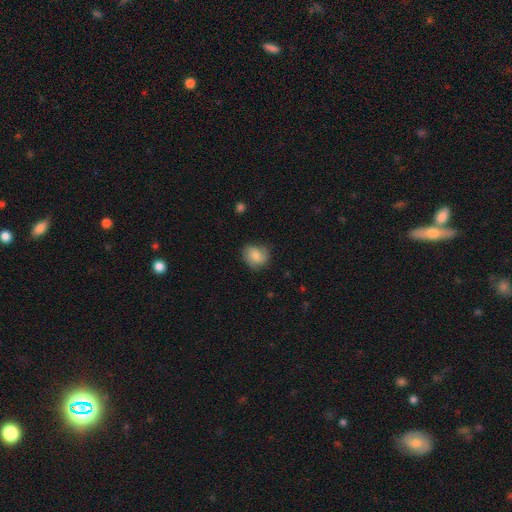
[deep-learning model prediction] Smooth or featured? Predicted: smooth (p=0.67). How rounded? Predicted: round (p=0.64). Merging? Predicted: none (p=0.66).